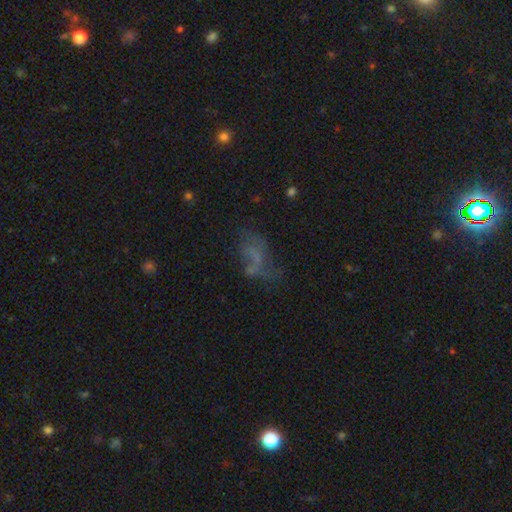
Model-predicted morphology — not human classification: Smooth or featured: featured or disk — 40% (smooth — 36%)
Merging: none — 38% (major disturbance — 32%)